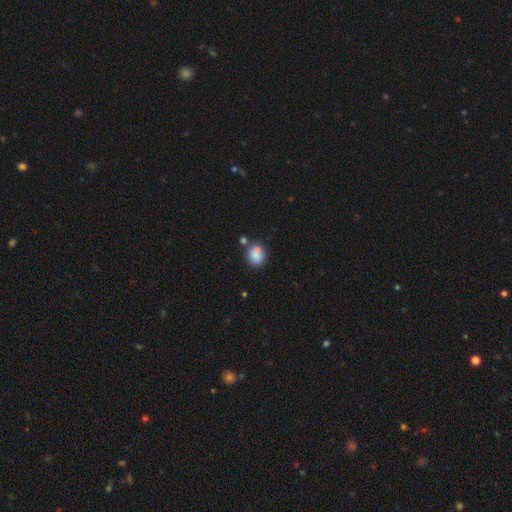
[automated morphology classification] This is clearly a smooth galaxy (81%). How rounded: likely round (77%). Merging: possibly none (59%).